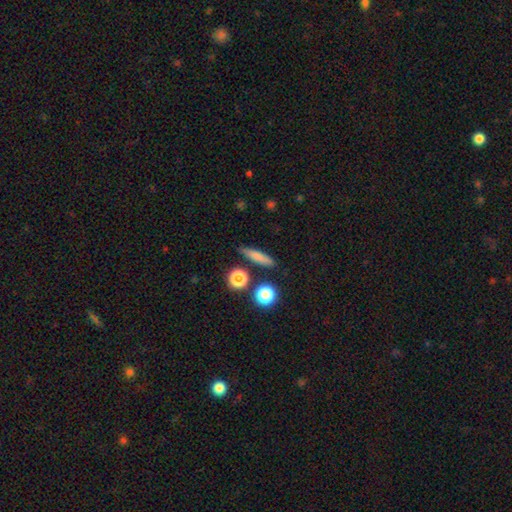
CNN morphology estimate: Overall: smooth (74%). How rounded: cigar-shaped (74%). Merging: none (84%).